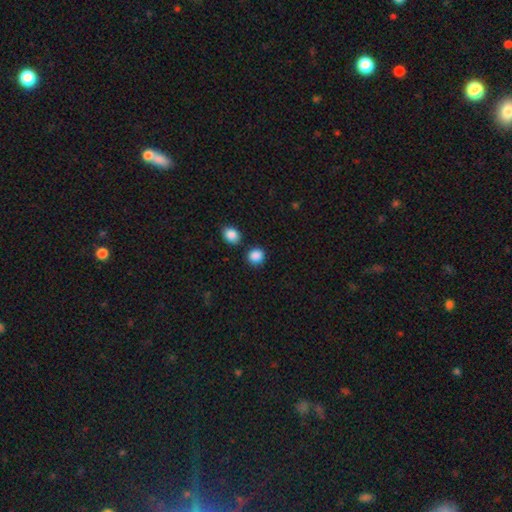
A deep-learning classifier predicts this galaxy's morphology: Smooth or featured? smooth (88%)
How rounded? round (81%)
Merging? none (80%)